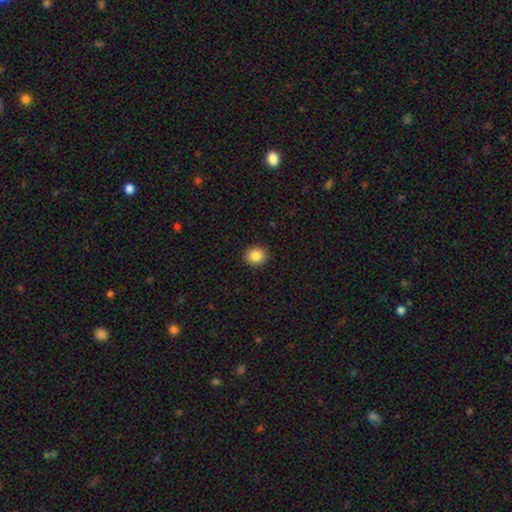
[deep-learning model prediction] A smooth galaxy with no disk features (85%) that is round (82%). Merging: none (91%).